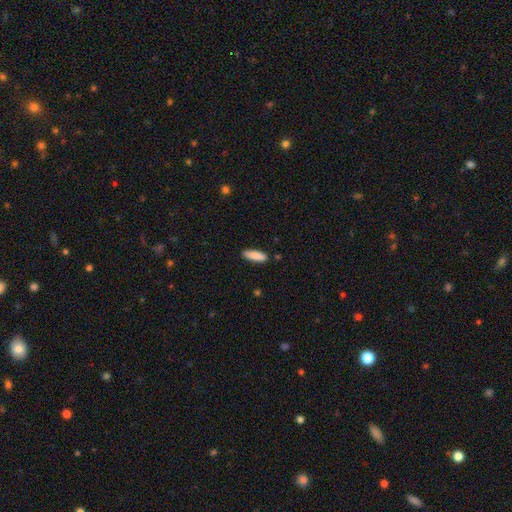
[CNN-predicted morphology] A smooth galaxy with no disk features (88%) that is cigar-shaped (54%). Merging: none (87%).